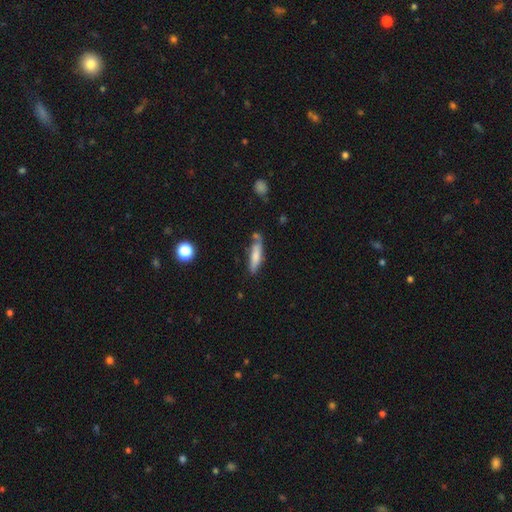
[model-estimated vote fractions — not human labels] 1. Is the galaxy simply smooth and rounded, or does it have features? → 72% smooth, 21% featured or disk, 7% star or artifact.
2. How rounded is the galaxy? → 71% cigar-shaped, 27% in between, 2% round.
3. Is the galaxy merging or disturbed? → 60% none, 23% minor disturbance, 10% merger, 6% major disturbance.